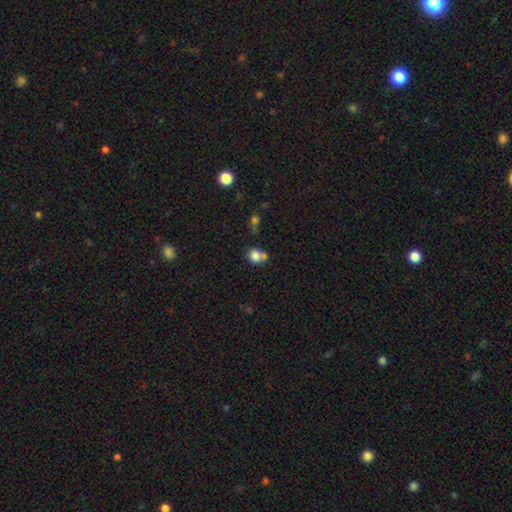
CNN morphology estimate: Smooth or featured?
  - smooth: 81% *
  - star or artifact: 11%
  - featured or disk: 8%
How rounded?
  - round: 77% *
  - in between: 22%
  - cigar-shaped: 1%
Merging?
  - none: 50% *
  - merger: 33%
  - minor disturbance: 12%
  - major disturbance: 5%